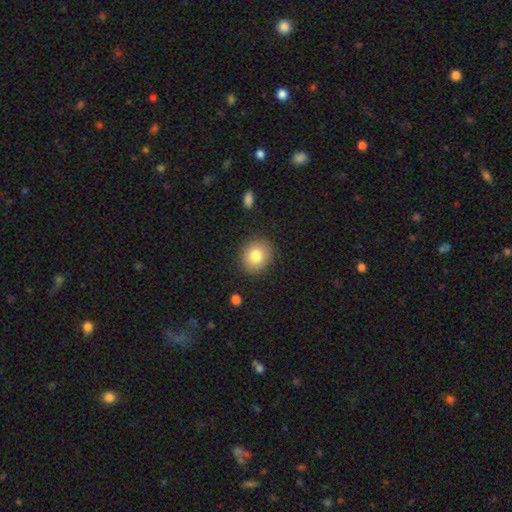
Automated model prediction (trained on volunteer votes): Smooth or featured?
  - smooth: 81% *
  - featured or disk: 10%
  - star or artifact: 9%
How rounded?
  - round: 72% *
  - in between: 27%
  - cigar-shaped: 1%
Merging?
  - none: 87% *
  - minor disturbance: 9%
  - major disturbance: 3%
  - merger: 1%